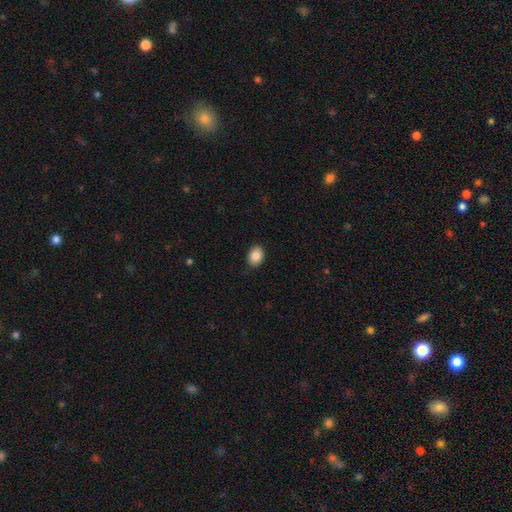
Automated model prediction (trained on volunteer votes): This appears to be a smooth galaxy with no disk features (88%) that is in between round and cigar-shaped (74%). Merging: none (87%).